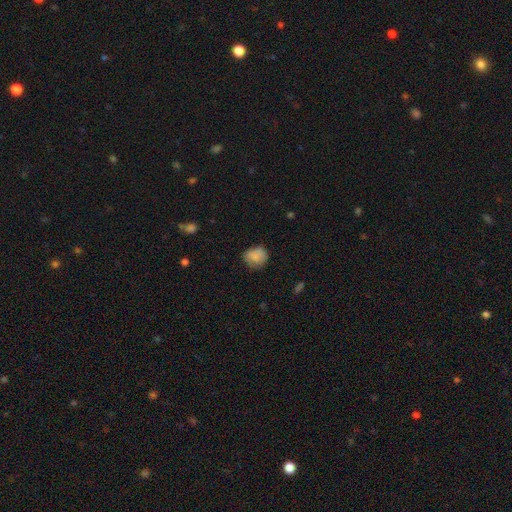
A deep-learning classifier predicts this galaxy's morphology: smooth_or_featured: smooth (p=0.81) [alt: featured or disk p=0.10]
how_rounded: round (p=0.69) [alt: in between p=0.30]
merging: none (p=0.65) [alt: minor disturbance p=0.27]